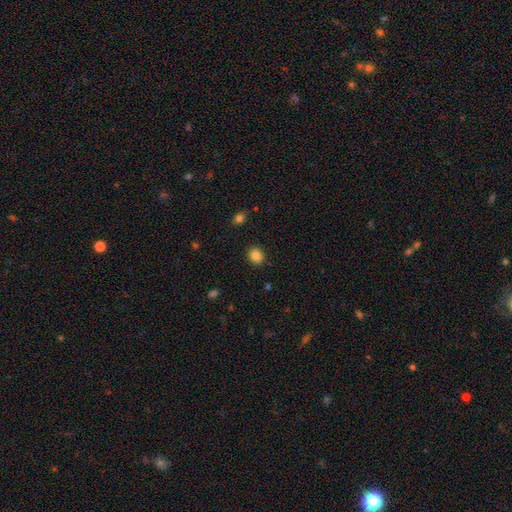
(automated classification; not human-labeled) Morphology: type=smooth (85%); roundness=round (74%); merging=none (90%).